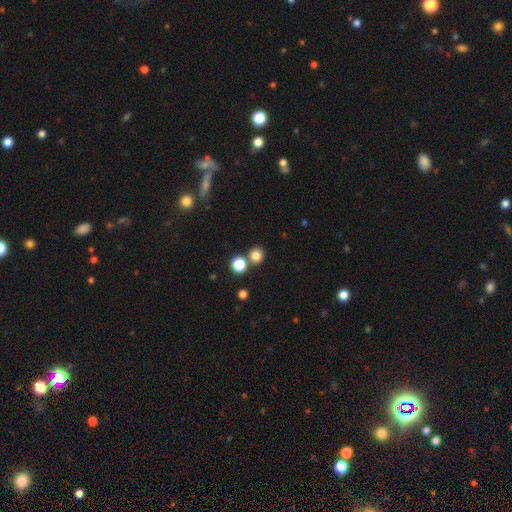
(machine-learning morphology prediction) A smooth galaxy with no disk features (81%) that is round (86%).

Vote fractions:
- Smooth or featured? smooth: 81% / star or artifact: 14% / featured or disk: 5%
- How rounded? round: 86% / in between: 13% / cigar-shaped: 1%
- Merging? none: 71% / merger: 19% / minor disturbance: 8% / major disturbance: 3%